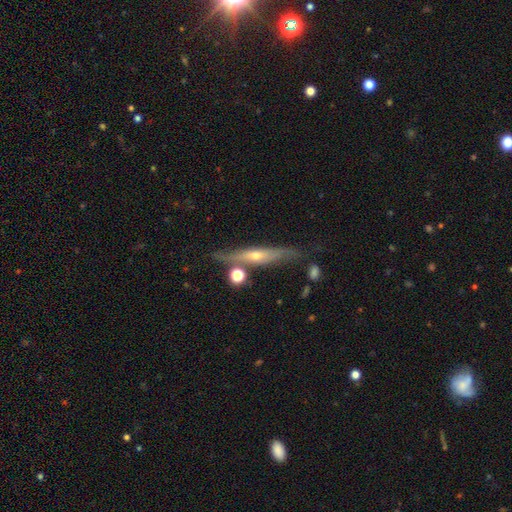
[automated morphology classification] Smooth or featured? Predicted: featured or disk (p=0.66). Edge-on disk? Predicted: yes (p=0.87). Edge-on bulge? Predicted: rounded (p=0.74). Merging? Predicted: none (p=0.72).